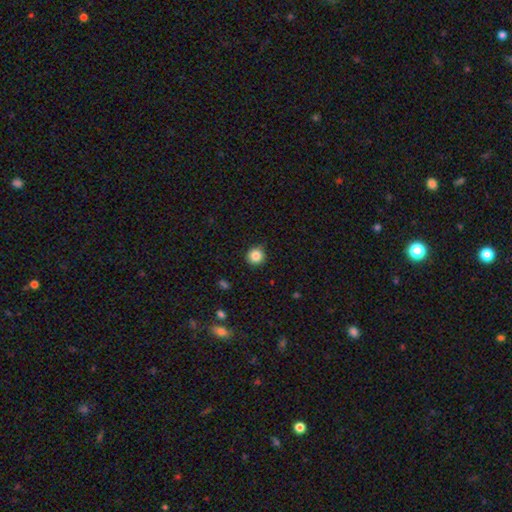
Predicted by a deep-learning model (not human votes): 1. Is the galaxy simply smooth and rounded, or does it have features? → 85% smooth, 10% star or artifact, 4% featured or disk.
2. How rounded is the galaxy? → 95% round, 4% in between, 1% cigar-shaped.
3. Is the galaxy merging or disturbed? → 90% none, 7% minor disturbance, 2% major disturbance, 1% merger.